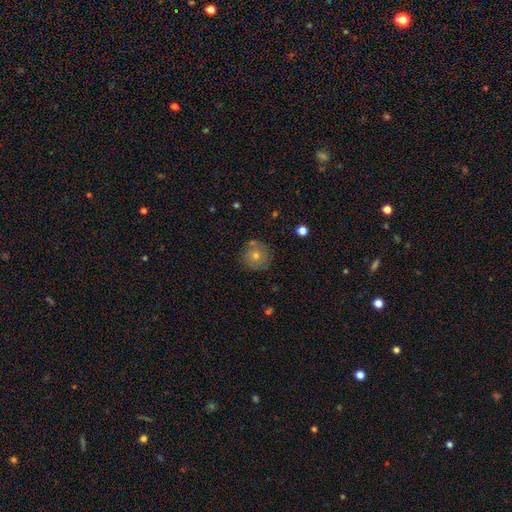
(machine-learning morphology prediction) smooth 49%, featured or disk 37%, star or artifact 15%. Down the decision tree: merging — none (83%).